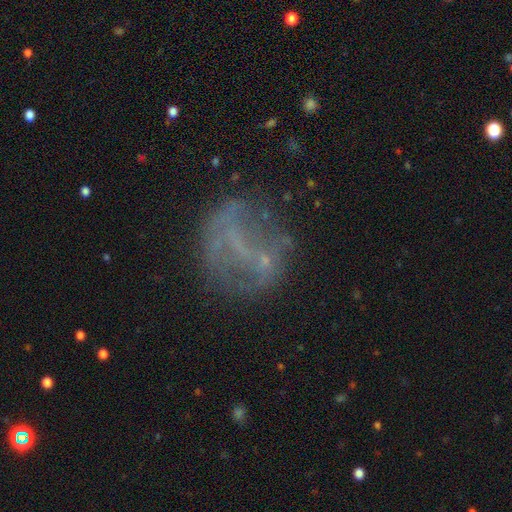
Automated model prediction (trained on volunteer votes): featured or disk 55%, smooth 27%, star or artifact 18%. Down the decision tree: edge-on disk — no (96%); bar — no (54%); spiral arms — no (68%); bulge size — none (64%); merging — none (58%).